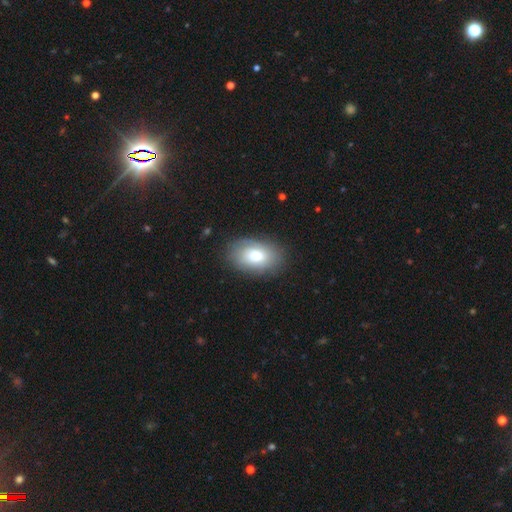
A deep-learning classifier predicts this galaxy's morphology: Smooth or featured? Predicted: smooth (p=0.74). How rounded? Predicted: in between (p=0.87). Merging? Predicted: none (p=0.83).